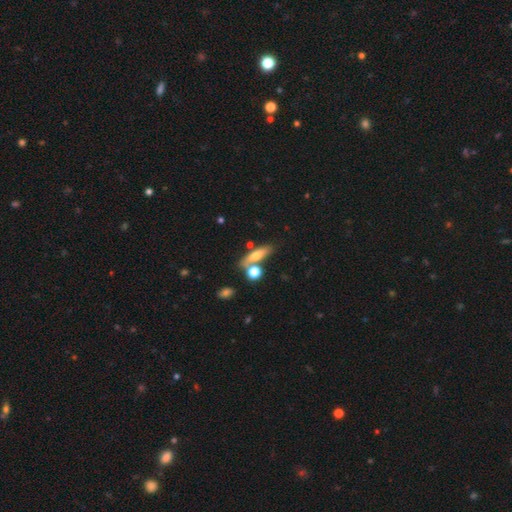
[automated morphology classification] smooth 62%, featured or disk 29%, star or artifact 10%. Down the decision tree: how rounded — cigar-shaped (54%); merging — none (59%).